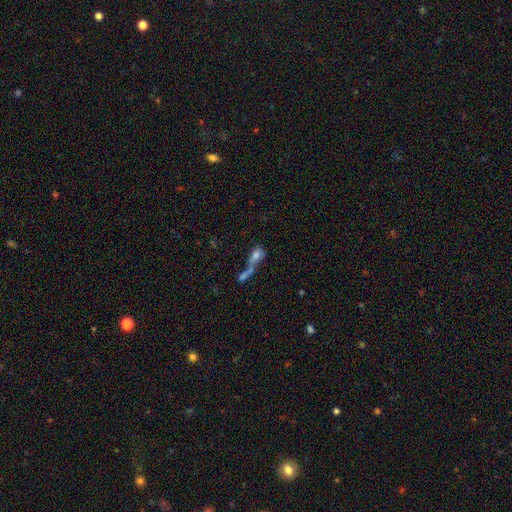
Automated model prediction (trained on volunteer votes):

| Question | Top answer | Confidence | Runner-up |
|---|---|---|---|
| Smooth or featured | smooth | 63% | featured or disk (24%) |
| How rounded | in between | 68% | round (17%) |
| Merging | merger | 62% | none (19%) |